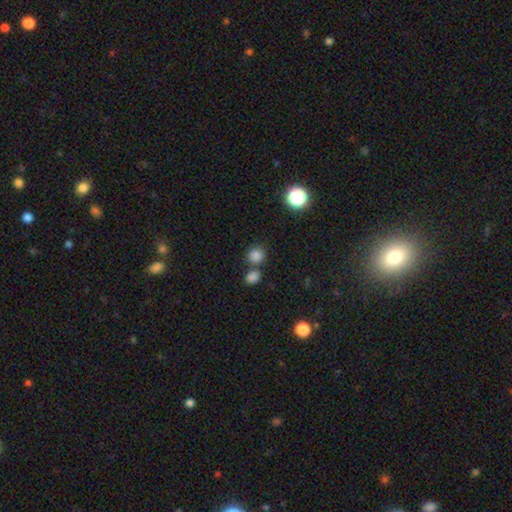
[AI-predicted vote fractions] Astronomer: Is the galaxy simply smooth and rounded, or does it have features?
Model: smooth — 81%.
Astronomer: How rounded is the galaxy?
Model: round — 85%.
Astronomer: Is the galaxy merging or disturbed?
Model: none — 62%.